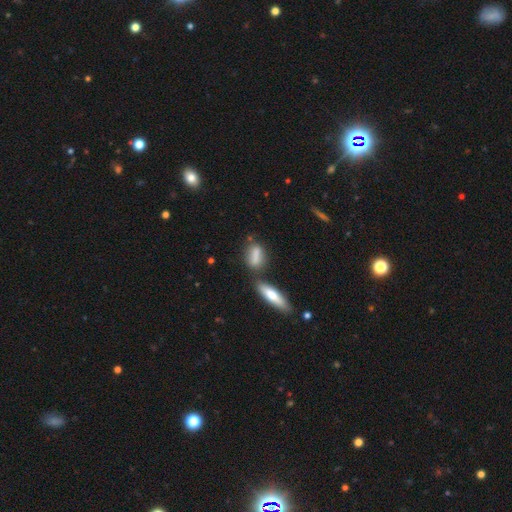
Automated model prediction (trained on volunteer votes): Q: Smooth or featured?
A: smooth (76%); runner-up: featured or disk (16%)
Q: How rounded?
A: in between (62%); runner-up: cigar-shaped (31%)
Q: Merging?
A: none (54%); runner-up: merger (24%)